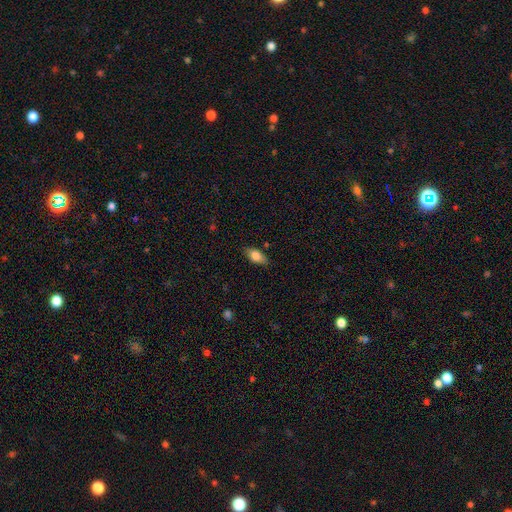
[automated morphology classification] smooth 79%, featured or disk 14%, star or artifact 7%. Down the decision tree: how rounded — in between (86%); merging — none (82%).